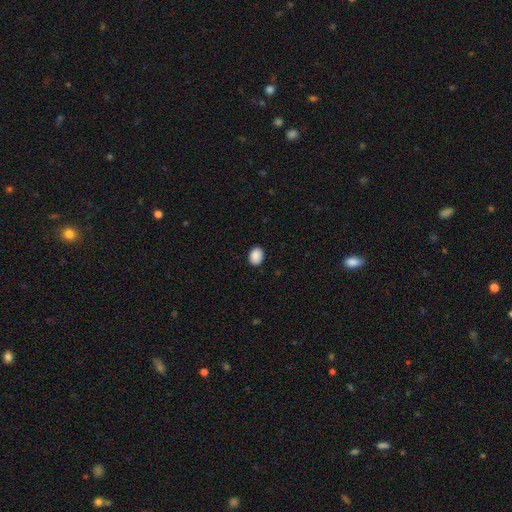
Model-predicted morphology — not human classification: A smooth galaxy with no disk features (90%) that is in between round and cigar-shaped (65%). Merging: none (89%).